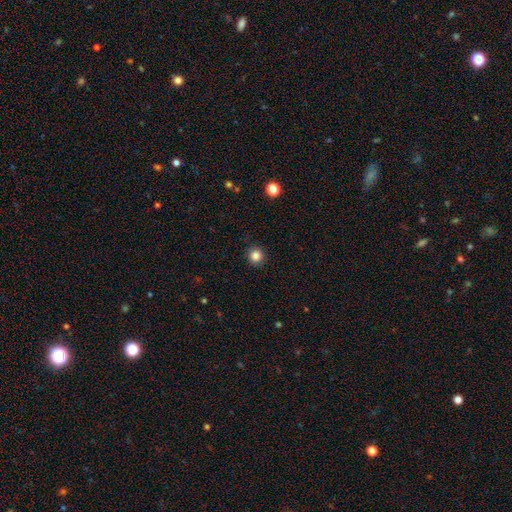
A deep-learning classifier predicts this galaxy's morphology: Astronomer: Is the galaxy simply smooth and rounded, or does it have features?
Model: smooth — 85%.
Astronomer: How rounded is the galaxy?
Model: round — 94%.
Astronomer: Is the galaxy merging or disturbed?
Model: none — 92%.